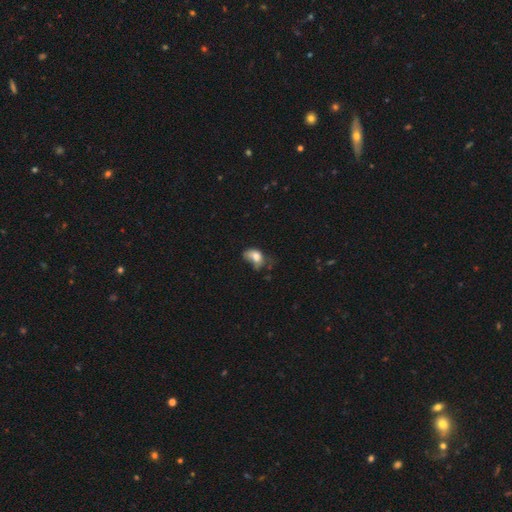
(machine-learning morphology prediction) Smooth or featured? smooth (71%)
How rounded? in between (79%)
Merging? major disturbance (40%)